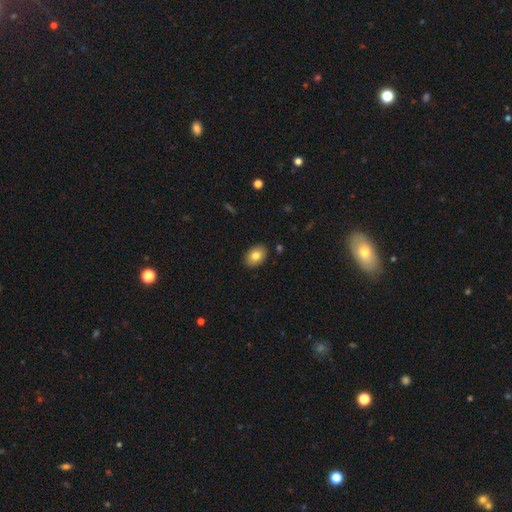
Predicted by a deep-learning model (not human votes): Smooth or featured?
  - smooth: 80% *
  - featured or disk: 12%
  - star or artifact: 8%
How rounded?
  - in between: 83% *
  - round: 16%
  - cigar-shaped: 1%
Merging?
  - none: 89% *
  - minor disturbance: 8%
  - major disturbance: 2%
  - merger: 1%